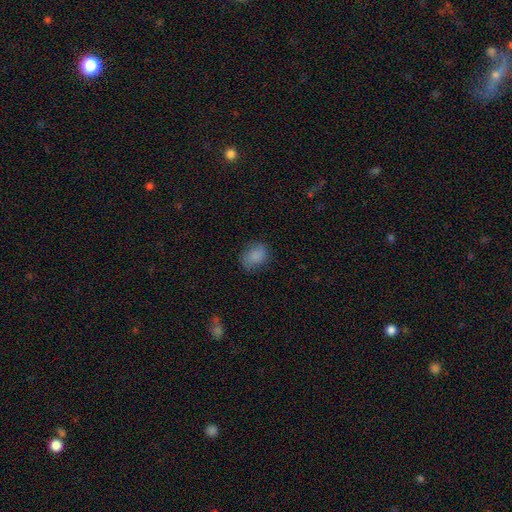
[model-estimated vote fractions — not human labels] Overall: smooth (85%). How rounded: in between (66%; round 33%). Merging: none (76%).